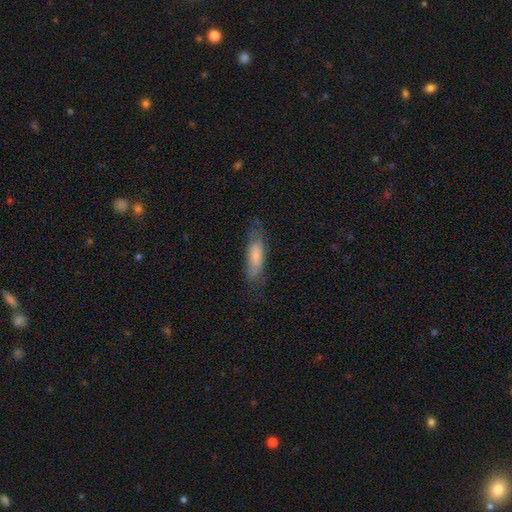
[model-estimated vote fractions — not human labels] Q: Smooth or featured?
A: smooth (68%); runner-up: featured or disk (25%)
Q: How rounded?
A: in between (52%); runner-up: cigar-shaped (46%)
Q: Merging?
A: none (64%); runner-up: minor disturbance (24%)